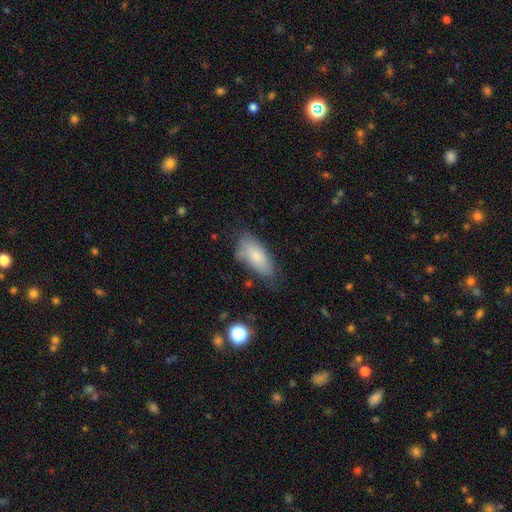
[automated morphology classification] Overall: smooth (77%). How rounded: in between (84%). Merging: none (66%).